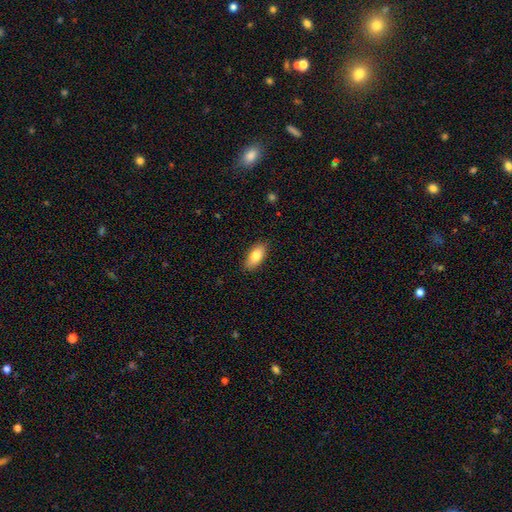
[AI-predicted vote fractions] This is clearly a smooth galaxy (82%). How rounded: clearly in between (87%). Merging: clearly none (87%).